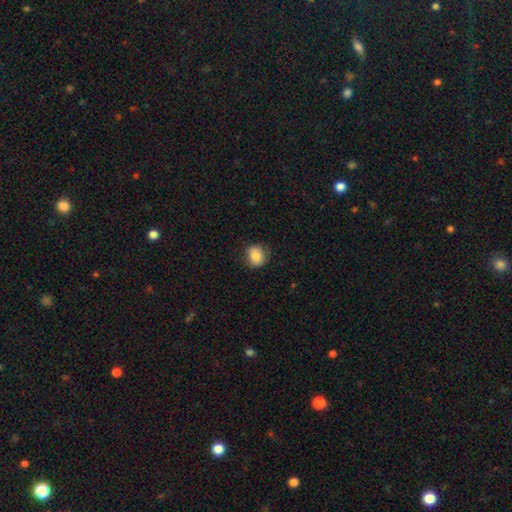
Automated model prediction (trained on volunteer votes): Smooth or featured?
  - smooth: 82% *
  - featured or disk: 9%
  - star or artifact: 9%
How rounded?
  - round: 75% *
  - in between: 24%
  - cigar-shaped: 1%
Merging?
  - none: 75% *
  - minor disturbance: 19%
  - major disturbance: 5%
  - merger: 1%